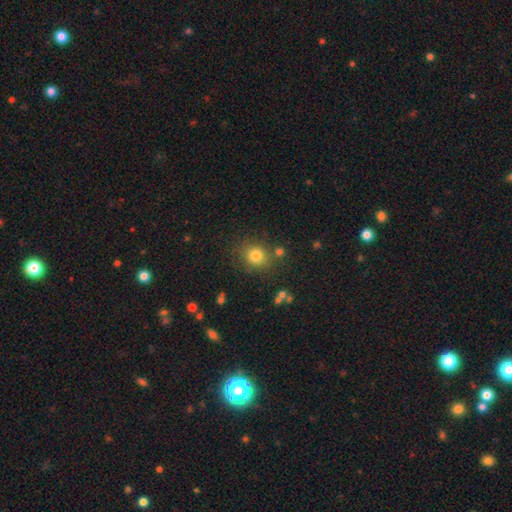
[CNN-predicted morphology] The model was most divided on "how rounded": round: 79%, in between: 20%, cigar-shaped: 1%. More confident: merging — none (79%); smooth or featured — smooth (79%).